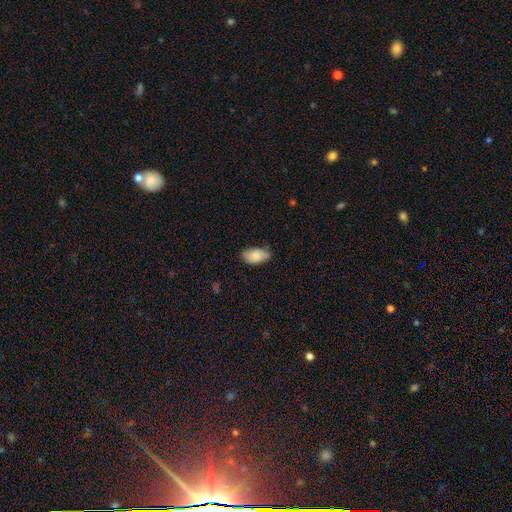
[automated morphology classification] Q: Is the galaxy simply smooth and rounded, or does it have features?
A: smooth — 85%.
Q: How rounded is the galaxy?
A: in between — 93%.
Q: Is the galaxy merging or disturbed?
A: none — 76%.